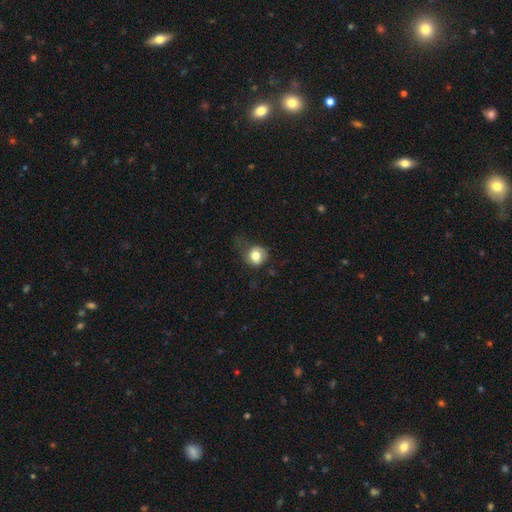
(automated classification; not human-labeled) smooth-or-featured: smooth: 78% | featured or disk: 13% | star or artifact: 8%
  how-rounded: round: 75% | in between: 24% | cigar-shaped: 1%
  merging: none: 38% | minor disturbance: 31% | major disturbance: 28% | merger: 2%